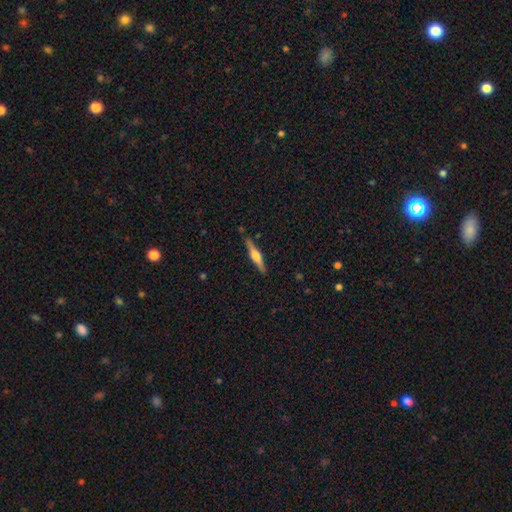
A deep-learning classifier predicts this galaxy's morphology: Smooth or featured?
  - featured or disk: 69% *
  - smooth: 26%
  - star or artifact: 6%
Edge-on disk?
  - yes: 98% *
  - no: 2%
Edge-on bulge?
  - rounded: 90% *
  - boxy: 7%
  - none: 3%
Merging?
  - none: 87% *
  - minor disturbance: 9%
  - merger: 2%
  - major disturbance: 2%